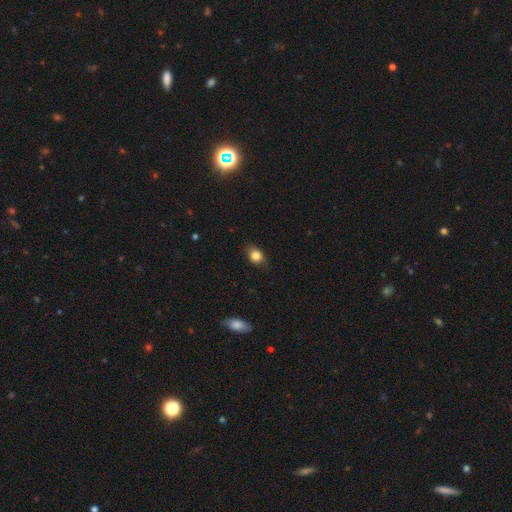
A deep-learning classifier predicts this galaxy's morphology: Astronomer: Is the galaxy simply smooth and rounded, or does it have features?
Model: smooth — 84%.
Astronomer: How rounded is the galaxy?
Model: in between — 55% (runner-up: round, 43%).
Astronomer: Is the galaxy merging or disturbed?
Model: none — 79%.